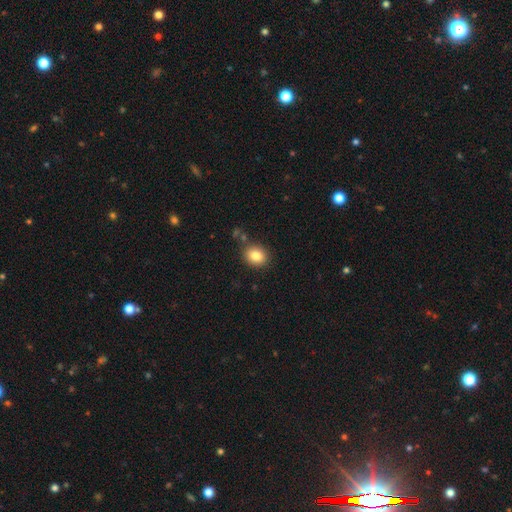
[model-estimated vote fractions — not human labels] A smooth galaxy with no disk features (84%) that is round (55%). Merging: none (81%).